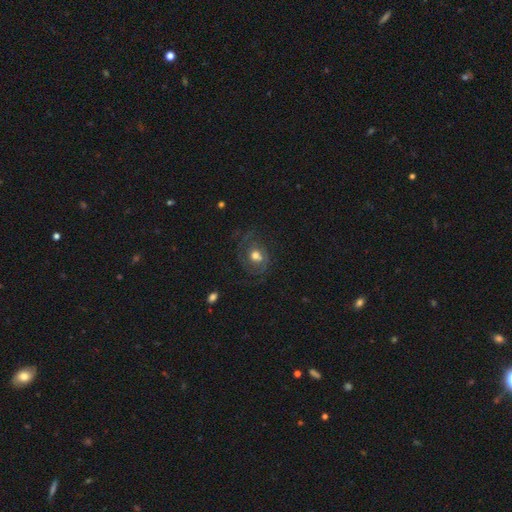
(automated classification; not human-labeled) smooth_or_featured: featured or disk (p=0.63) [alt: smooth p=0.26]
disk_edge_on: no (p=0.97) [alt: yes p=0.03]
bar: no (p=0.67) [alt: weak p=0.26]
has_spiral_arms: yes (p=0.78) [alt: no p=0.22]
bulge_size: moderate (p=0.68) [alt: large p=0.18]
merging: none (p=0.59) [alt: minor disturbance p=0.19]